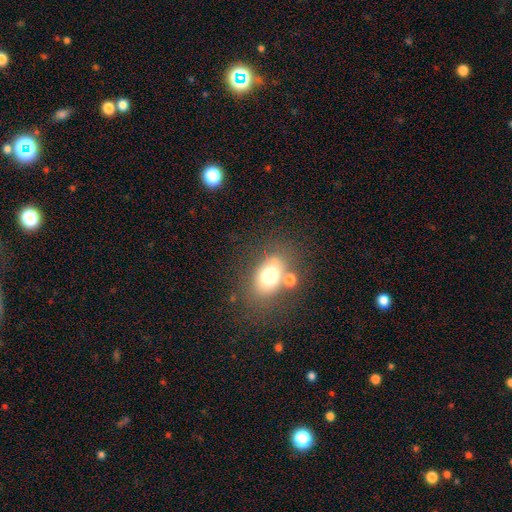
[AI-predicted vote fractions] Smooth or featured? Predicted: smooth (p=0.67). How rounded? Predicted: in between (p=0.71). Merging? Predicted: none (p=0.65).